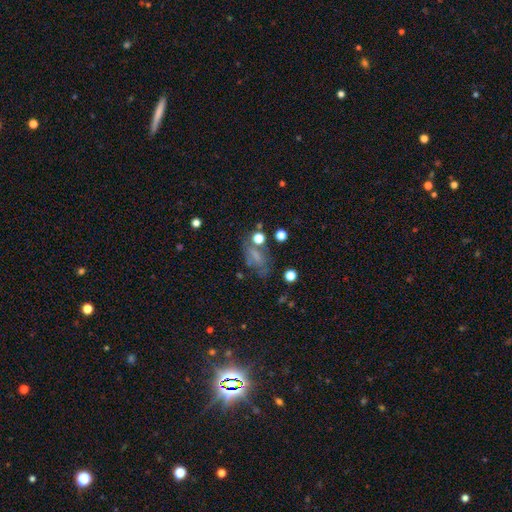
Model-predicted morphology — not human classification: This is possibly a smooth galaxy (50%). Merging: possibly none (46%).